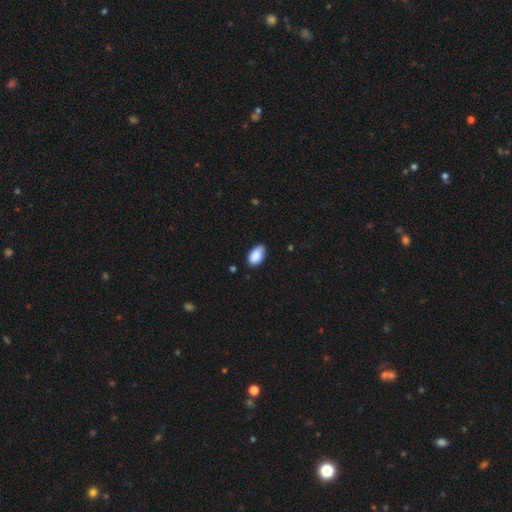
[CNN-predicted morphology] smooth_or_featured: smooth (p=0.88) [alt: star or artifact p=0.07]
how_rounded: in between (p=0.94) [alt: round p=0.04]
merging: none (p=0.72) [alt: minor disturbance p=0.23]